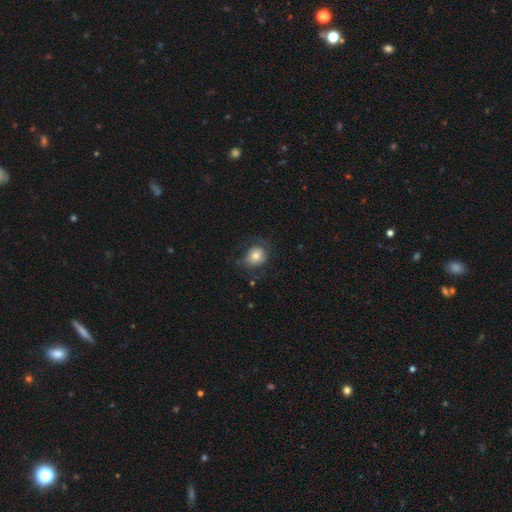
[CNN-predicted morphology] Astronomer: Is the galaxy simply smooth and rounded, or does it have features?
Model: smooth — 72%.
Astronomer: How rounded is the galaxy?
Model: round — 69%.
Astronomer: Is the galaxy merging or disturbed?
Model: none — 60%.